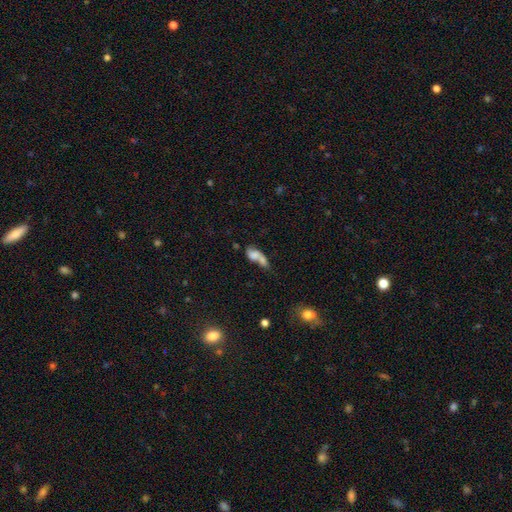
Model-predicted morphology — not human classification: Smooth or featured: smooth — 62% (featured or disk — 27%)
How rounded: in between — 75% (cigar-shaped — 13%)
Merging: merger — 55% (none — 19%)